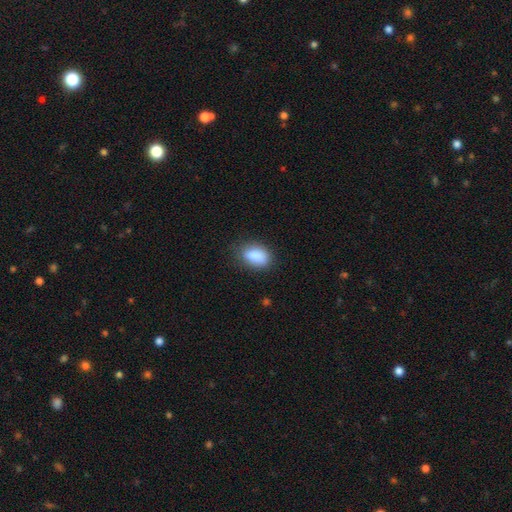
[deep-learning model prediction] smooth-or-featured: smooth: 88% | star or artifact: 7% | featured or disk: 5%
  how-rounded: in between: 86% | round: 12% | cigar-shaped: 2%
  merging: none: 77% | minor disturbance: 18% | major disturbance: 4% | merger: 1%